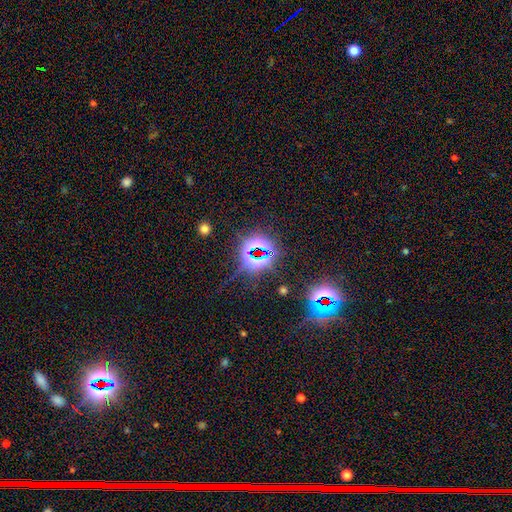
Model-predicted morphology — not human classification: Smooth or featured: star or artifact — 78% (smooth — 14%)